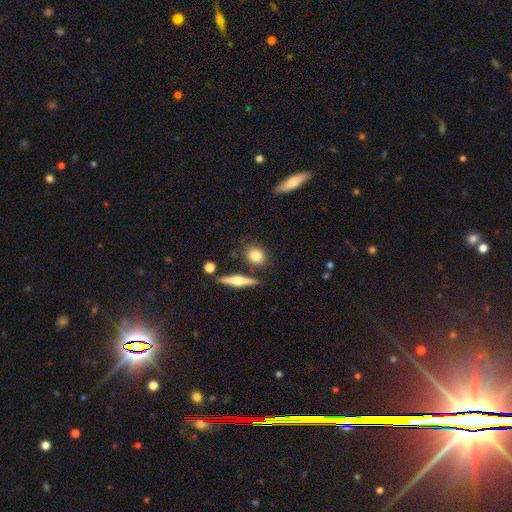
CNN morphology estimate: This appears to be a smooth galaxy with no disk features (79%) that is round (69%). Merging: none (80%).